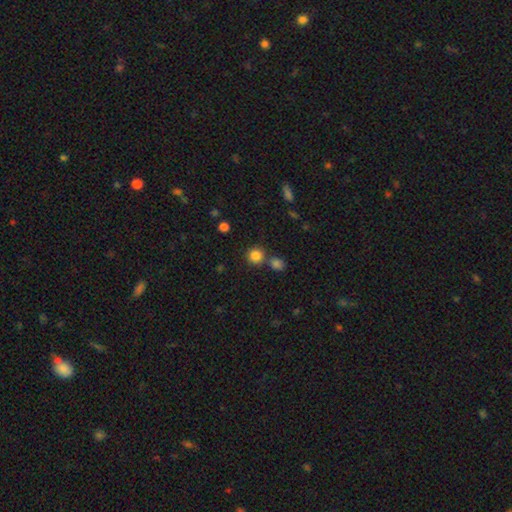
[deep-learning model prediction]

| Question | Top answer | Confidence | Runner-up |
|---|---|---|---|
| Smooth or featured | smooth | 84% | star or artifact (12%) |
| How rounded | round | 91% | in between (8%) |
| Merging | none | 71% | merger (19%) |